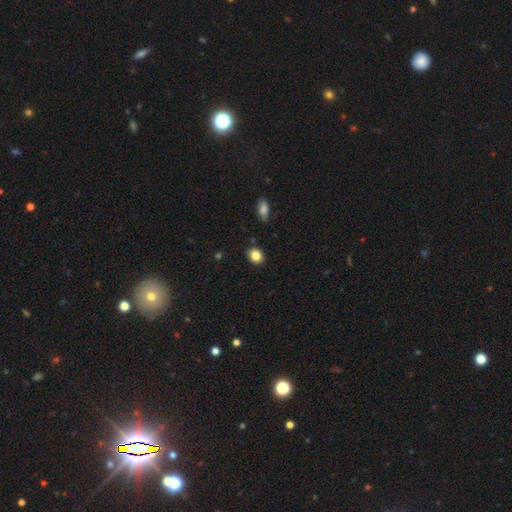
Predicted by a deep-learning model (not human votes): The model was most divided on "how rounded": round: 66%, in between: 32%, cigar-shaped: 1%. More confident: merging — none (86%); smooth or featured — smooth (84%).